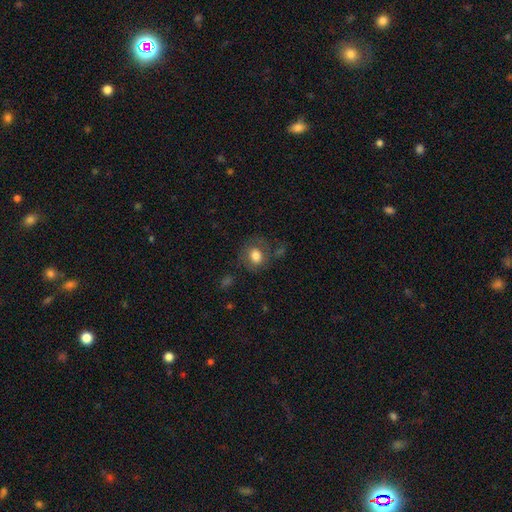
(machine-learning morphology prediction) A smooth galaxy with no disk features (74%) that is round (60%).

Vote fractions:
- Smooth or featured? smooth: 74% / featured or disk: 17% / star or artifact: 9%
- How rounded? round: 60% / in between: 39% / cigar-shaped: 1%
- Merging? none: 64% / minor disturbance: 20% / major disturbance: 13% / merger: 4%